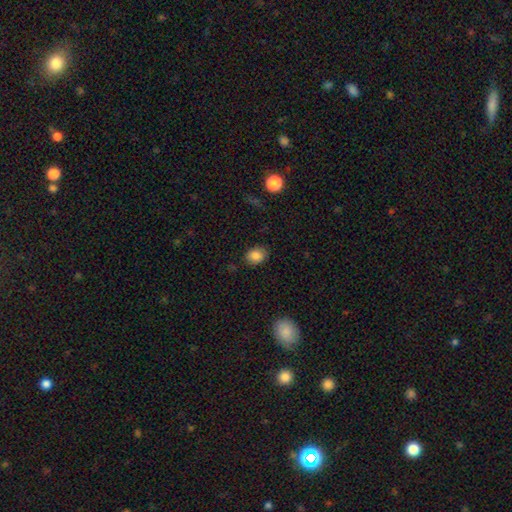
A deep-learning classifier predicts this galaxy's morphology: Overall: smooth (86%). How rounded: in between (62%; round 37%). Merging: none (83%).